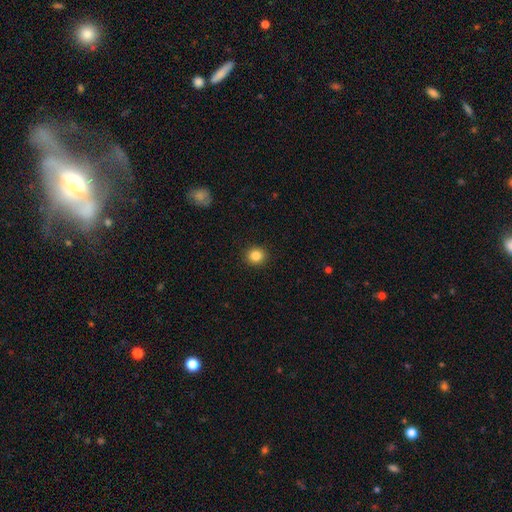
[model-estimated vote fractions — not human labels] smooth_or_featured: smooth (p=0.85) [alt: star or artifact p=0.11]
how_rounded: round (p=0.89) [alt: in between p=0.10]
merging: none (p=0.92) [alt: minor disturbance p=0.05]